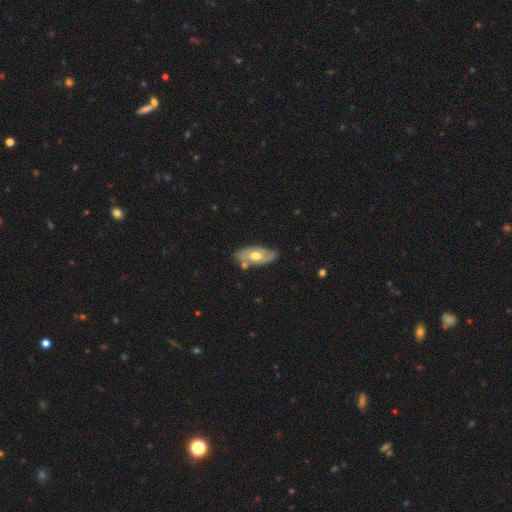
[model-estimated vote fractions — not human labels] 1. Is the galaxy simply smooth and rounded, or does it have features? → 48% smooth, 47% featured or disk, 5% star or artifact.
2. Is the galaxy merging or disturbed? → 71% none, 18% minor disturbance, 7% merger, 4% major disturbance.